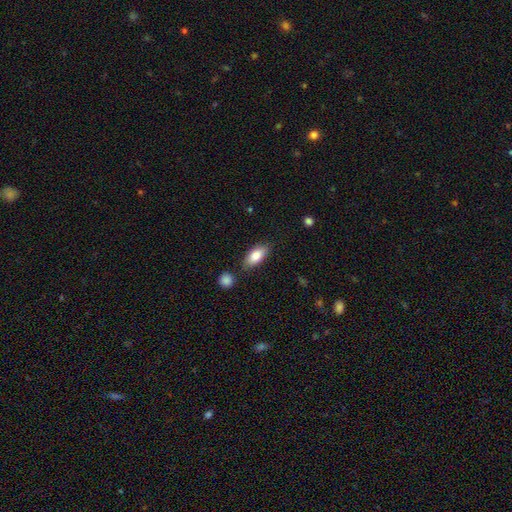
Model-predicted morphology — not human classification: Smooth or featured?
  - smooth: 81% *
  - featured or disk: 12%
  - star or artifact: 7%
How rounded?
  - in between: 85% *
  - cigar-shaped: 12%
  - round: 3%
Merging?
  - none: 79% *
  - minor disturbance: 14%
  - merger: 5%
  - major disturbance: 3%